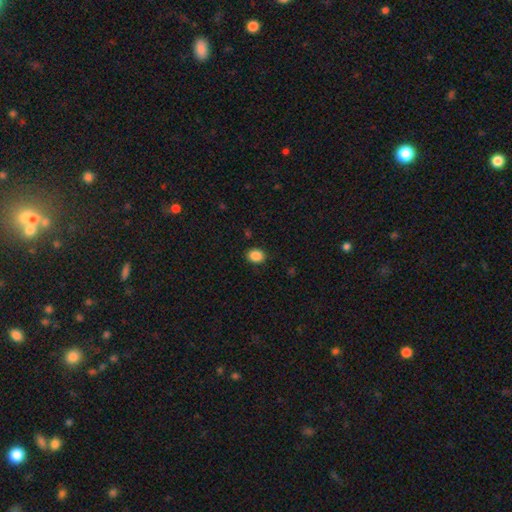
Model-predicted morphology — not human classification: This appears to be a smooth galaxy with no disk features (88%) that is in between round and cigar-shaped (56%). Merging: none (89%).